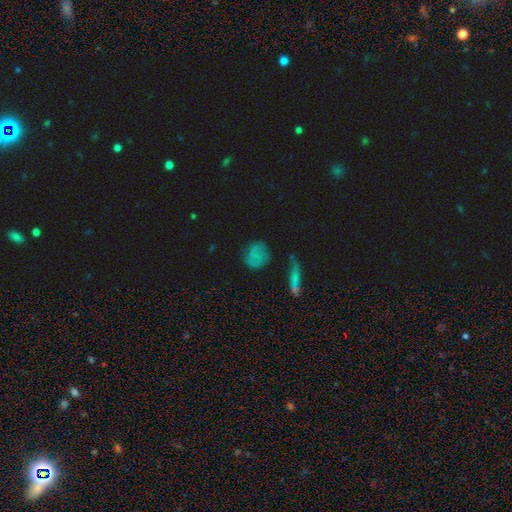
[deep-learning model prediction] Overall: smooth (57%; featured or disk 28%). How rounded: round (72%). Merging: none (65%).